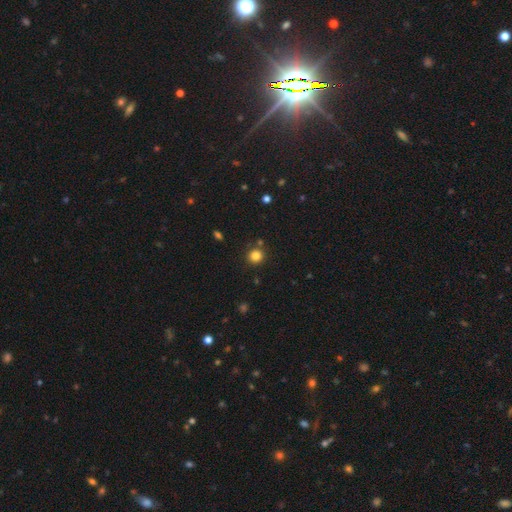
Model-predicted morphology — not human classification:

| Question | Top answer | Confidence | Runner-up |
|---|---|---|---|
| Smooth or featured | smooth | 82% | star or artifact (13%) |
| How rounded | round | 92% | in between (7%) |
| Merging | none | 84% | minor disturbance (8%) |